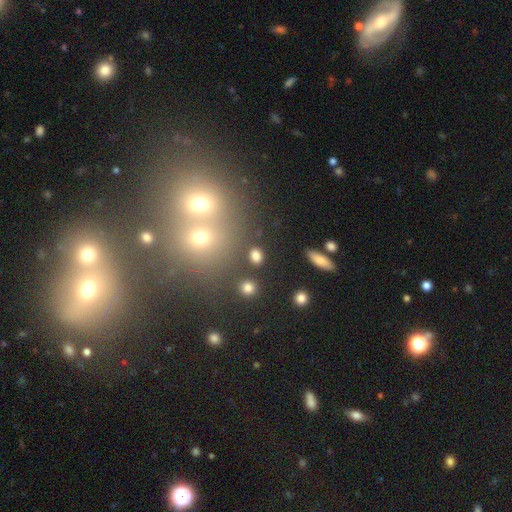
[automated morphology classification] smooth_or_featured: smooth (p=0.79) [alt: star or artifact p=0.15]
how_rounded: round (p=0.56) [alt: in between p=0.41]
merging: none (p=0.84) [alt: minor disturbance p=0.08]